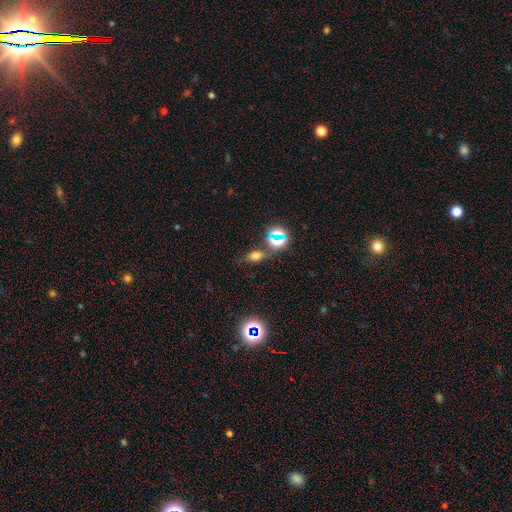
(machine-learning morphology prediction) Overall: smooth (61%; star or artifact 29%). How rounded: in between (73%). Merging: none (69%).